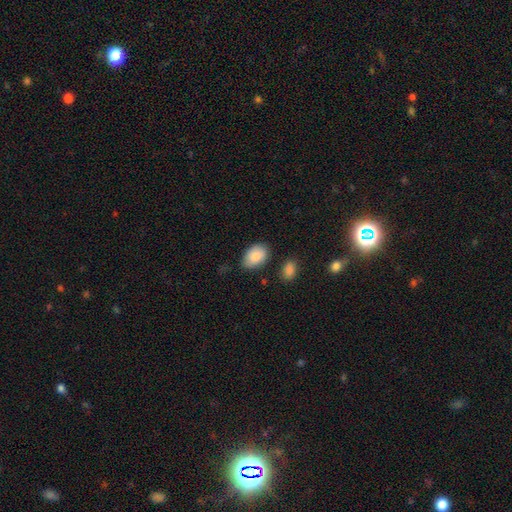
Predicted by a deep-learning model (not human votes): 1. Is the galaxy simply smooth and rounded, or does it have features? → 85% smooth, 8% featured or disk, 7% star or artifact.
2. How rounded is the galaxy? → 88% in between, 11% round, 1% cigar-shaped.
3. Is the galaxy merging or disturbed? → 75% none, 17% minor disturbance, 4% major disturbance, 3% merger.